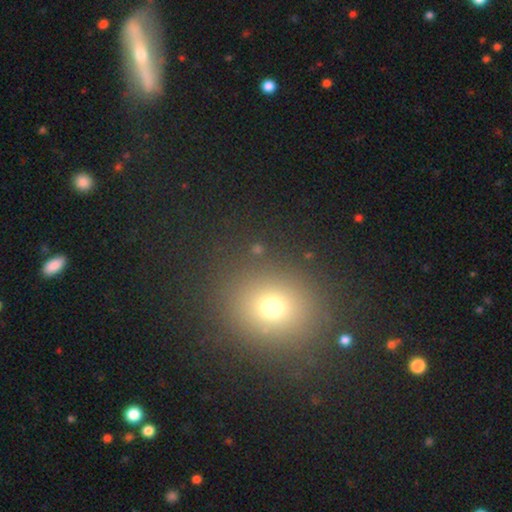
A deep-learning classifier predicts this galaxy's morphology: Smooth or featured?
  - smooth: 66% *
  - star or artifact: 25%
  - featured or disk: 9%
How rounded?
  - round: 76% *
  - in between: 22%
  - cigar-shaped: 1%
Merging?
  - none: 87% *
  - minor disturbance: 7%
  - major disturbance: 3%
  - merger: 2%